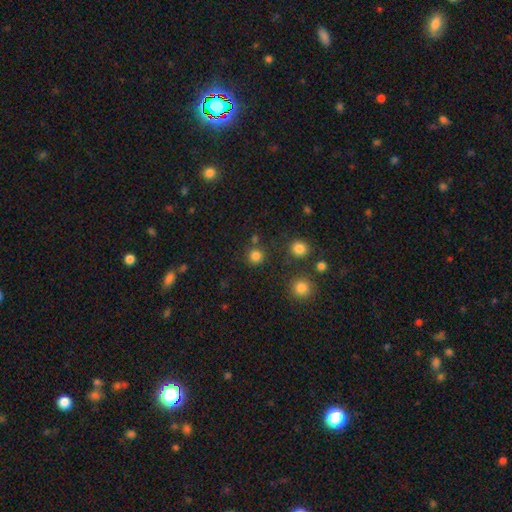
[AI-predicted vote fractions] A smooth galaxy with no disk features (81%) that is round (92%). Merging: none (82%).